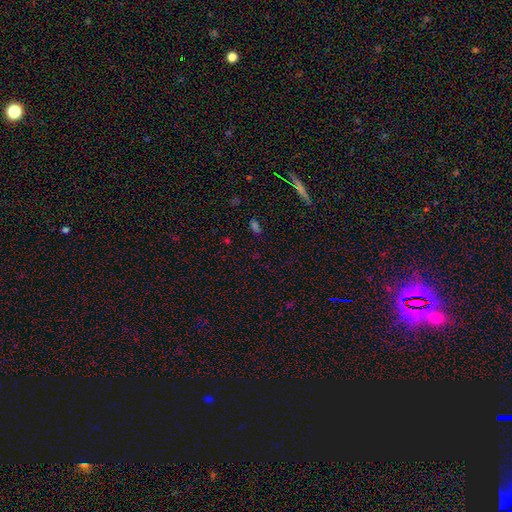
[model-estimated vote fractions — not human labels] Q: Smooth or featured?
A: star or artifact (50%); runner-up: smooth (42%)